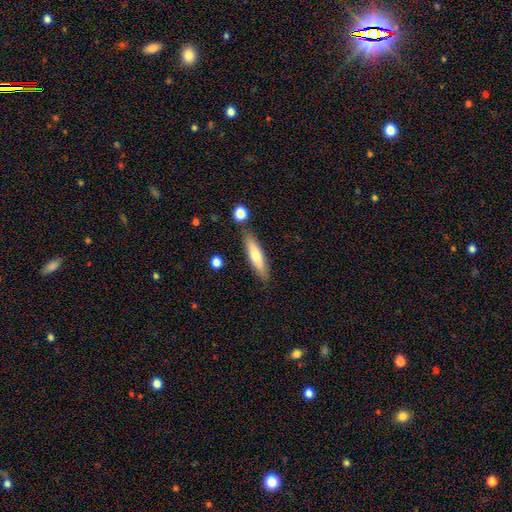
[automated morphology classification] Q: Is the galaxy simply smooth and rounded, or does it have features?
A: smooth — 64%.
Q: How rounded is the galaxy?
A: cigar-shaped — 75%.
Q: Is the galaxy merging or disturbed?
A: none — 81%.